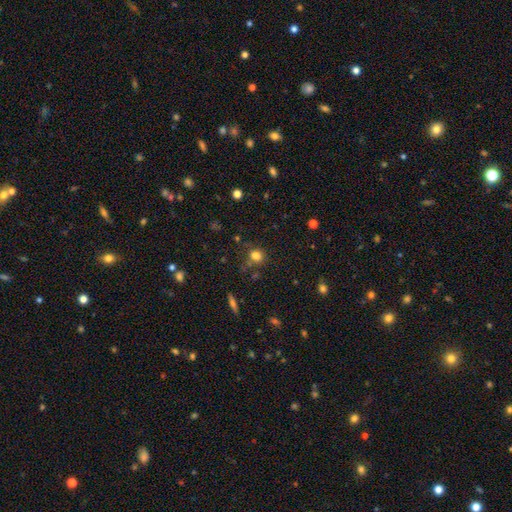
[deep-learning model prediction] A smooth galaxy with no disk features (77%) that is round (81%).

Vote fractions:
- Smooth or featured? smooth: 77% / star or artifact: 16% / featured or disk: 7%
- How rounded? round: 81% / in between: 18% / cigar-shaped: 1%
- Merging? none: 71% / minor disturbance: 15% / merger: 8% / major disturbance: 6%